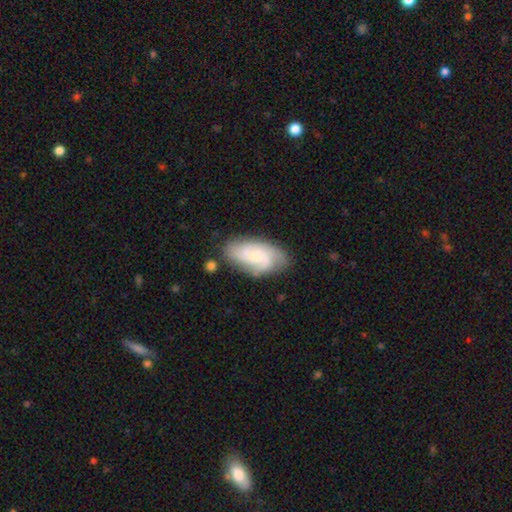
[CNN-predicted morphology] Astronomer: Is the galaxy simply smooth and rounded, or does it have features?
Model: featured or disk — 67%.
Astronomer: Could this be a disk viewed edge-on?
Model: no — 96%.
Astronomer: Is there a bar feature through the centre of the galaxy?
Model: no — 70%.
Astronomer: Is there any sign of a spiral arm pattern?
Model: yes — 93%.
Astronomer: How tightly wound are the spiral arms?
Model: medium — 42%, tied with tight at 42%.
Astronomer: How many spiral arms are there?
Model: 3 — 38% (runner-up: can't tell, 22%).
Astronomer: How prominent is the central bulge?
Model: small — 66%.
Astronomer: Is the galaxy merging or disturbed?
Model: none — 72%.